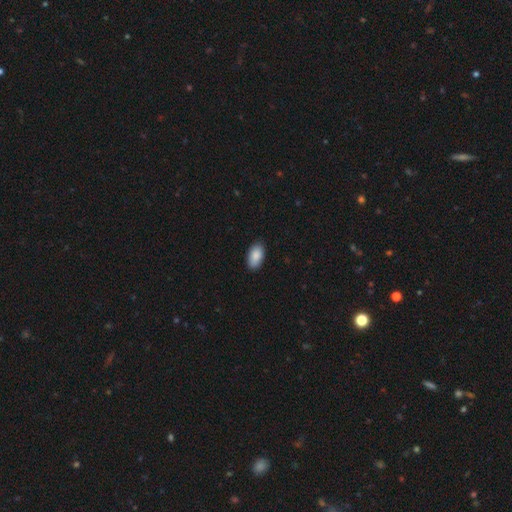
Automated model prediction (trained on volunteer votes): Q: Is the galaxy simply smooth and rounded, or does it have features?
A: smooth — 89%.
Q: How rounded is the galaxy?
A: in between — 95%.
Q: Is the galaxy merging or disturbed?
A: none — 88%.